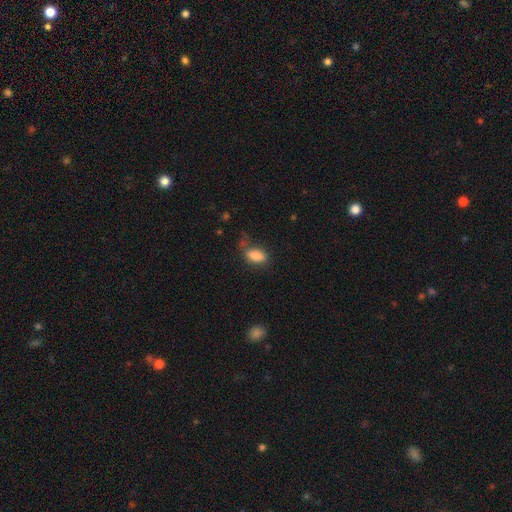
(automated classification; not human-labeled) Q: Smooth or featured?
A: smooth (85%); runner-up: star or artifact (8%)
Q: How rounded?
A: in between (89%); runner-up: cigar-shaped (6%)
Q: Merging?
A: none (61%); runner-up: minor disturbance (25%)